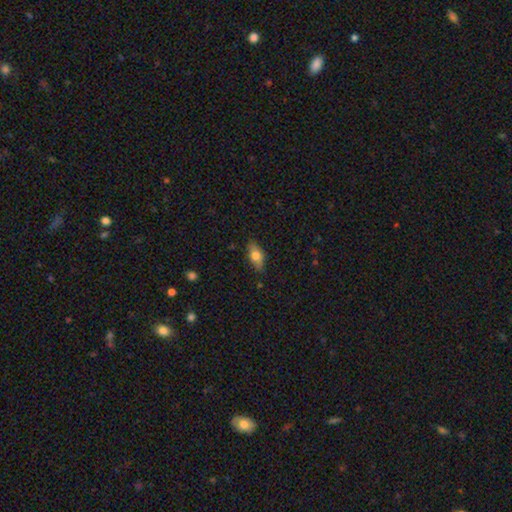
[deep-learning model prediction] smooth 68%, featured or disk 25%, star or artifact 7%. Down the decision tree: how rounded — in between (82%); merging — none (82%).